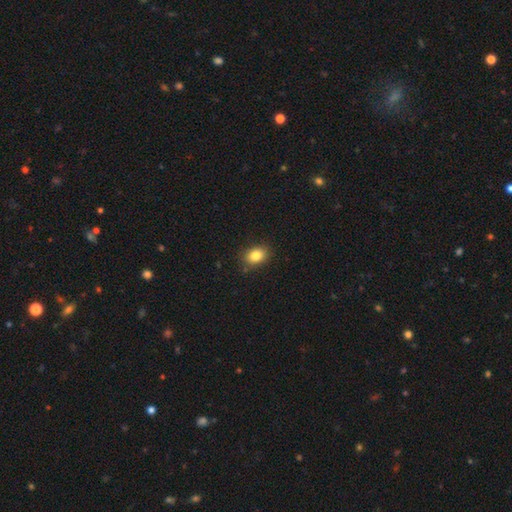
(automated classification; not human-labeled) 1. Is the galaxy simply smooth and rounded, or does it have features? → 83% smooth, 10% star or artifact, 7% featured or disk.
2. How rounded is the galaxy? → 67% in between, 32% round, 1% cigar-shaped.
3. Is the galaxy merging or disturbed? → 86% none, 10% minor disturbance, 2% major disturbance, 1% merger.